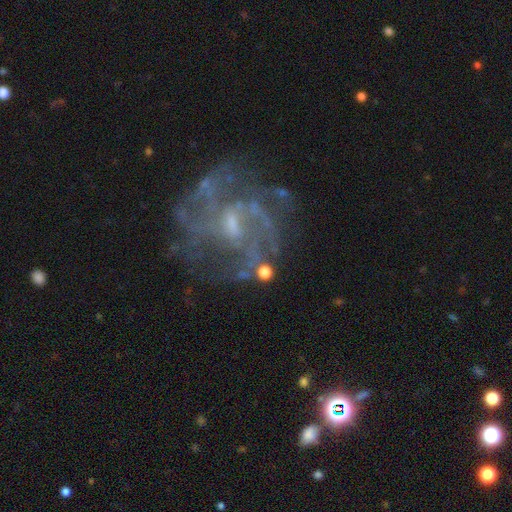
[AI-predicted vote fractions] This is clearly a featured or disk galaxy (80%). It is clearly not viewed edge-on (97%). Bar: possibly weak (51%). Spiral arm pattern: clearly yes (90%). Spiral arm count: marginally can't tell (33%). Spiral winding: possibly medium (46%). Central bulge: likely small (61%). Merging: likely none (71%).